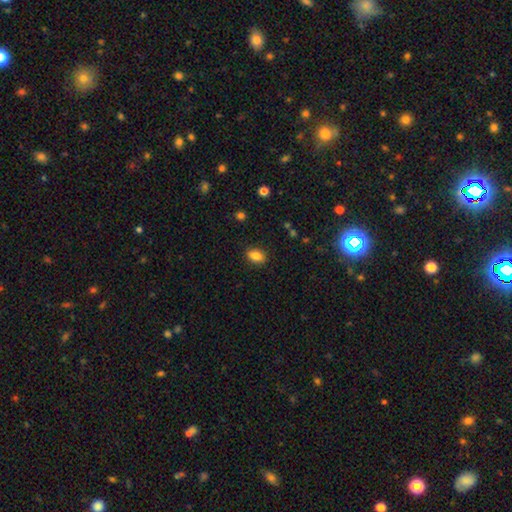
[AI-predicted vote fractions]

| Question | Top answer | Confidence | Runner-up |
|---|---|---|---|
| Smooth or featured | smooth | 85% | star or artifact (9%) |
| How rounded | in between | 80% | round (18%) |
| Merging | none | 87% | minor disturbance (9%) |